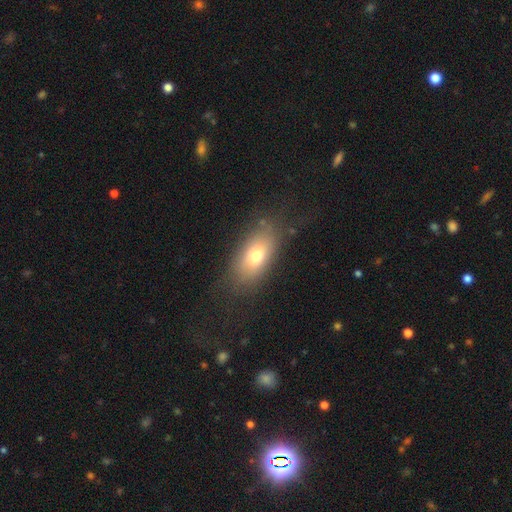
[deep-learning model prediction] A smooth galaxy with no disk features (72%) that is in between round and cigar-shaped (86%).

Vote fractions:
- Smooth or featured? smooth: 72% / featured or disk: 18% / star or artifact: 10%
- How rounded? in between: 86% / round: 8% / cigar-shaped: 7%
- Merging? none: 75% / minor disturbance: 15% / major disturbance: 8% / merger: 2%